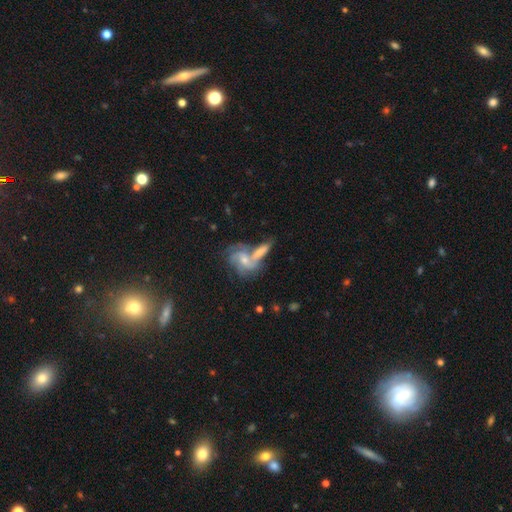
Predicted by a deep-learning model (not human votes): Smooth or featured: featured or disk — 71% (smooth — 18%)
Edge-on disk: no — 91% (yes — 9%)
Bar: no — 50% (weak — 39%)
Spiral arms: yes — 90% (no — 10%)
Spiral winding: medium — 45% (tight — 38%)
Spiral arm count: 2 — 31% (can't tell — 27%)
Bulge size: small — 47% (moderate — 42%)
Merging: merger — 48% (none — 33%)